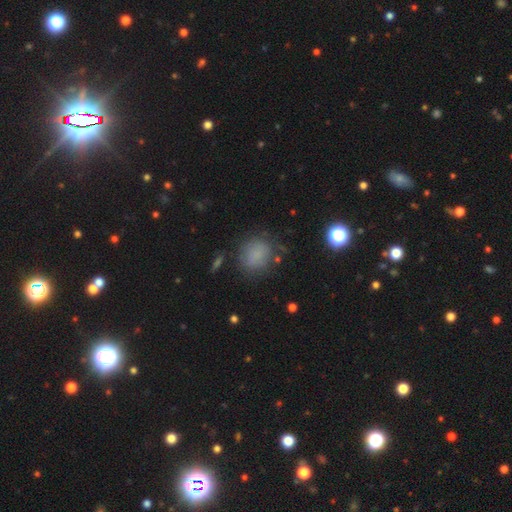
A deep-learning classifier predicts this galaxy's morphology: This appears to be a smooth galaxy with no disk features (76%) that is round (73%). Merging: none (72%).